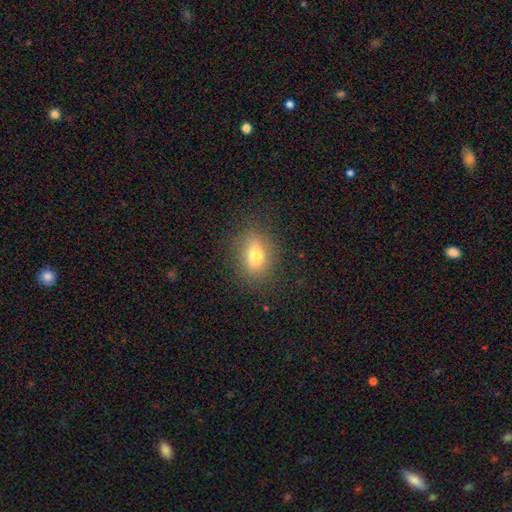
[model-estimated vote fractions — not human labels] Morphology: type=smooth (72%); roundness=in between (59%); merging=none (84%).